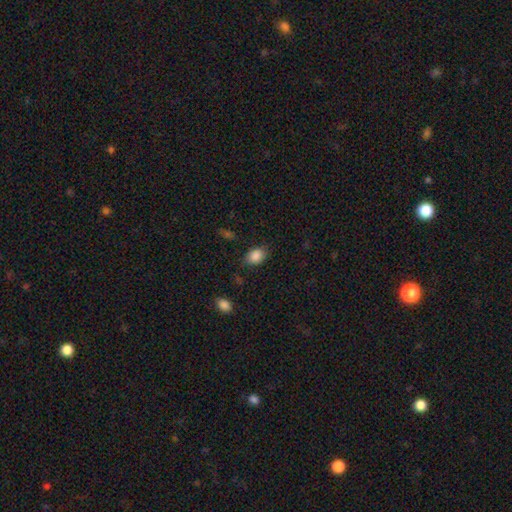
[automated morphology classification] smooth 87%, star or artifact 8%, featured or disk 5%. Down the decision tree: how rounded — in between (79%); merging — none (79%).